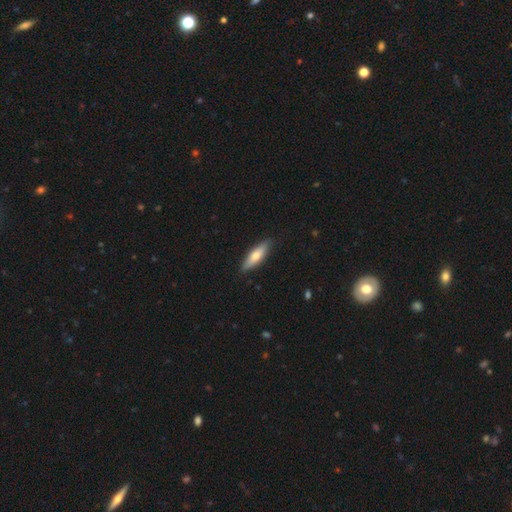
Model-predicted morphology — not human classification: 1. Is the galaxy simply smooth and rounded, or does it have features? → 65% smooth, 29% featured or disk, 5% star or artifact.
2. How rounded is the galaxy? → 61% cigar-shaped, 37% in between, 2% round.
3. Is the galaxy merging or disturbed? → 87% none, 10% minor disturbance, 2% major disturbance, 1% merger.